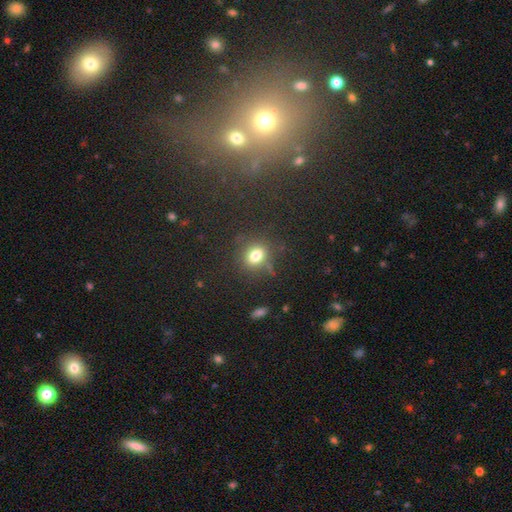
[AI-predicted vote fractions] Q: Smooth or featured?
A: smooth (76%); runner-up: star or artifact (16%)
Q: How rounded?
A: round (51%); runner-up: in between (46%)
Q: Merging?
A: none (76%); runner-up: minor disturbance (14%)